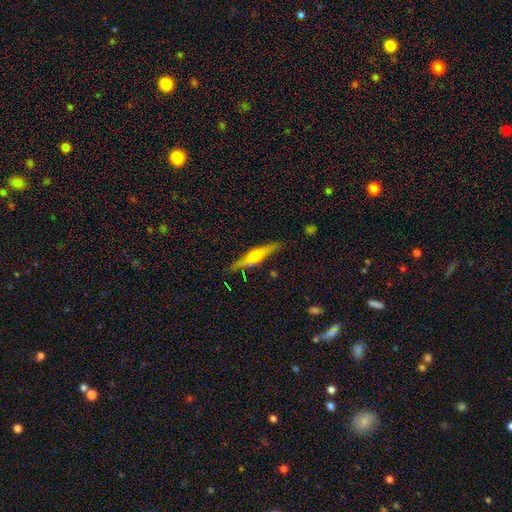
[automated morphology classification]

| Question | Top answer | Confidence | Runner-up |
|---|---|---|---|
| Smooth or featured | featured or disk | 57% | smooth (36%) |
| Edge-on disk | yes | 93% | no (7%) |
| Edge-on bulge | rounded | 81% | boxy (11%) |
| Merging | none | 83% | minor disturbance (12%) |